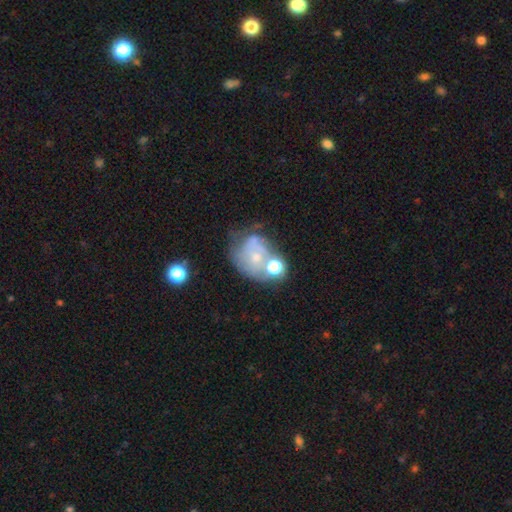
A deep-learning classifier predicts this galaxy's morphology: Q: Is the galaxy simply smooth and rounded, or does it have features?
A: featured or disk — 51%.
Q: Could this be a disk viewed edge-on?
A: no — 97%.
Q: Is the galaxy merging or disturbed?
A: none — 31%.